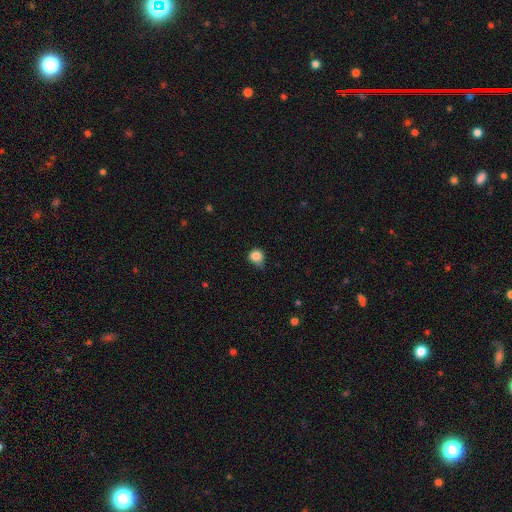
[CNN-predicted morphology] Smooth or featured: smooth — 83% (star or artifact — 10%)
How rounded: round — 78% (in between — 21%)
Merging: none — 46% (minor disturbance — 42%)